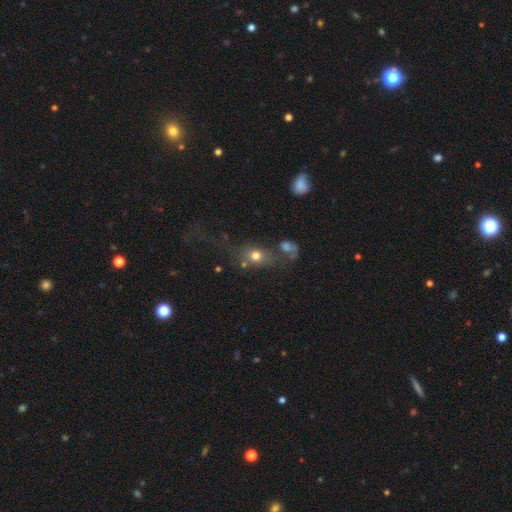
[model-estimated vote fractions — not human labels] Smooth or featured?
  - smooth: 70% *
  - featured or disk: 16%
  - star or artifact: 14%
How rounded?
  - round: 49% * (tied)
  - in between: 49% * (tied)
  - cigar-shaped: 2%
Merging?
  - none: 47% *
  - merger: 22%
  - minor disturbance: 16%
  - major disturbance: 15%